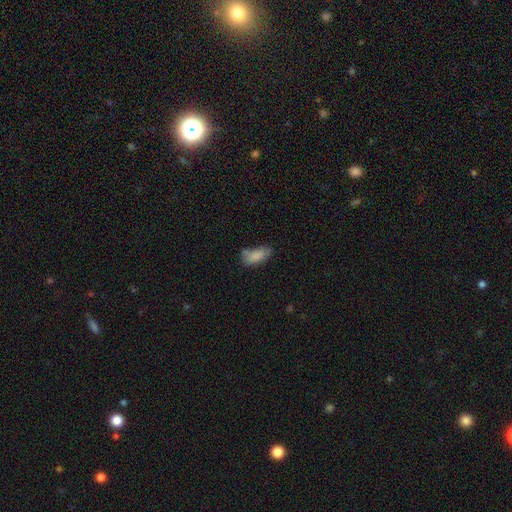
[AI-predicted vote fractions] Overall: smooth (80%). How rounded: in between (81%). Merging: none (48%; minor disturbance 29%).